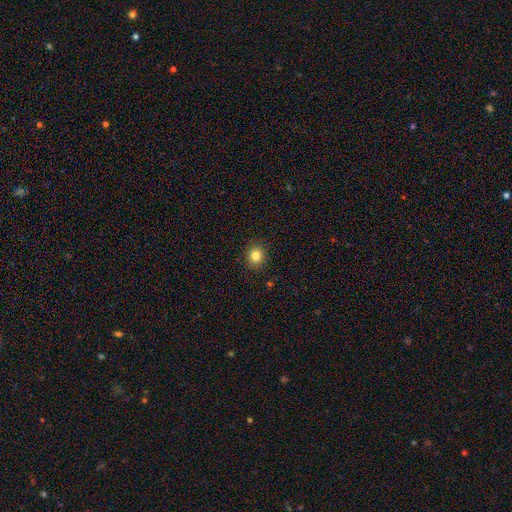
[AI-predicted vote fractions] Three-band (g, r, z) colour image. It shows a smooth galaxy with no disk features (83%) that is round (82%). Merging: none (90%).